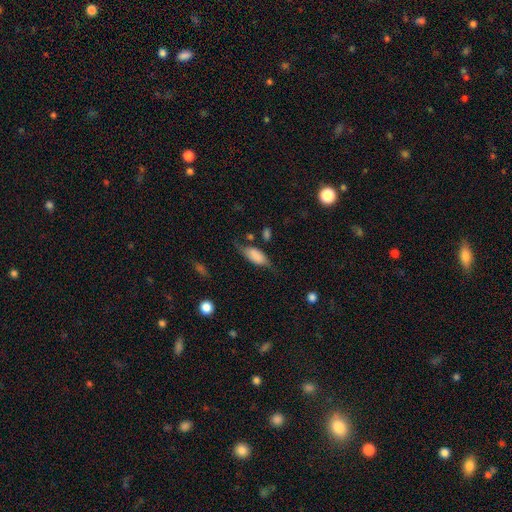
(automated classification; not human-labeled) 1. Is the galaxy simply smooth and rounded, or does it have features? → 67% smooth, 26% featured or disk, 8% star or artifact.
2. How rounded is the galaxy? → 81% in between, 15% cigar-shaped, 4% round.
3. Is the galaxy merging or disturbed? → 48% none, 31% minor disturbance, 16% major disturbance, 5% merger.